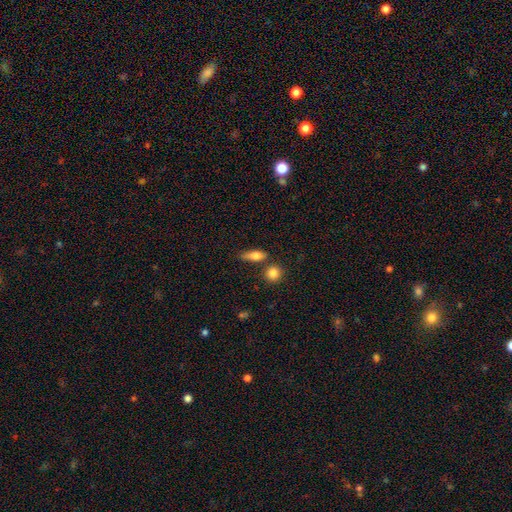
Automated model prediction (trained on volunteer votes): smooth 75%, featured or disk 17%, star or artifact 8%. Down the decision tree: how rounded — in between (61%); merging — none (64%).